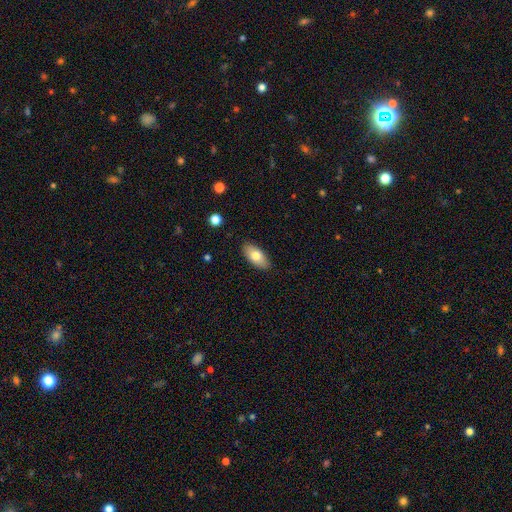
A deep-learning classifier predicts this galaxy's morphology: This is likely a smooth galaxy (76%). How rounded: clearly in between (92%). Merging: clearly none (87%).